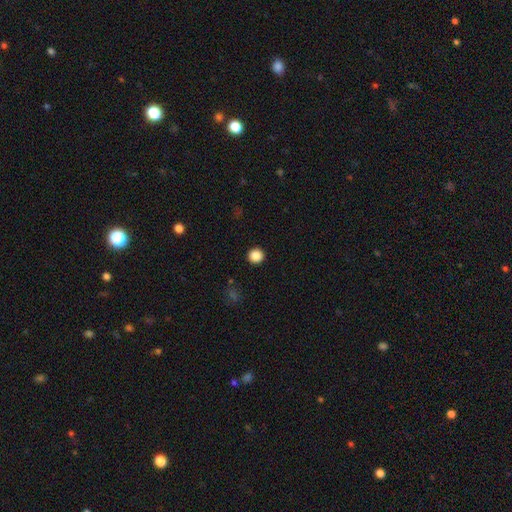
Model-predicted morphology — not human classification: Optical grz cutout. It shows a smooth galaxy with no disk features (87%) that is round (92%). Merging: none (93%).